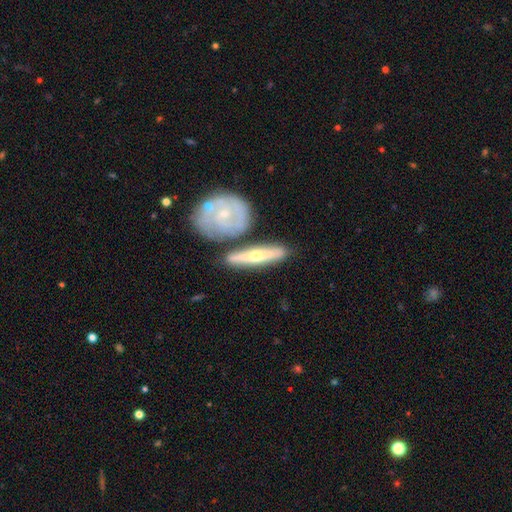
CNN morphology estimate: smooth-or-featured: featured or disk: 64% | smooth: 31% | star or artifact: 5%
  disk-edge-on: yes: 78% | no: 22%
    edge-on-bulge: rounded: 90% | none: 8% | boxy: 2%
  merging: none: 74% | minor disturbance: 12% | merger: 11% | major disturbance: 3%